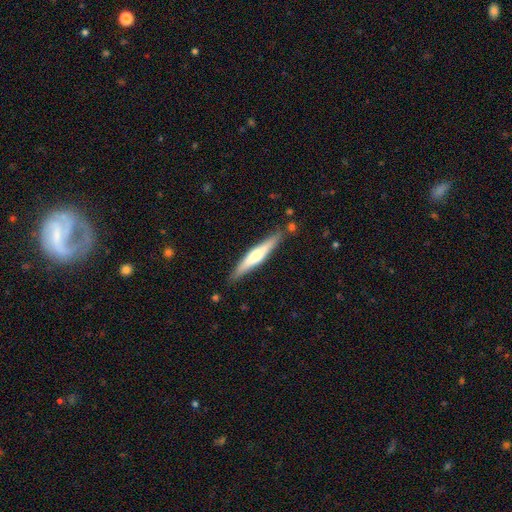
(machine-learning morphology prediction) type=featured or disk (52%); edge-on=yes (95%); merging=none (86%).